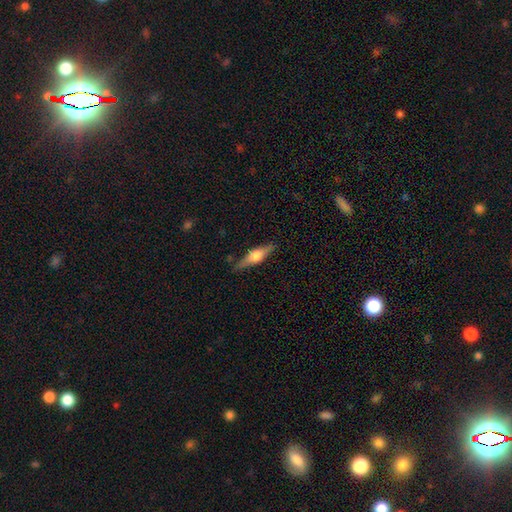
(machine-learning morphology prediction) smooth_or_featured: featured or disk (p=0.60) [alt: smooth p=0.34]
disk_edge_on: yes (p=0.96) [alt: no p=0.04]
edge_on_bulge: rounded (p=0.91) [alt: boxy p=0.08]
merging: none (p=0.85) [alt: minor disturbance p=0.11]